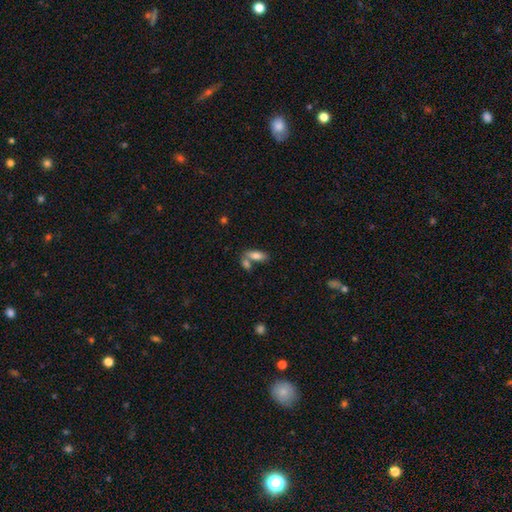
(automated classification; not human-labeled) This appears to be a smooth galaxy with no disk features (80%) that is in between round and cigar-shaped (81%). Merging: none (44%).